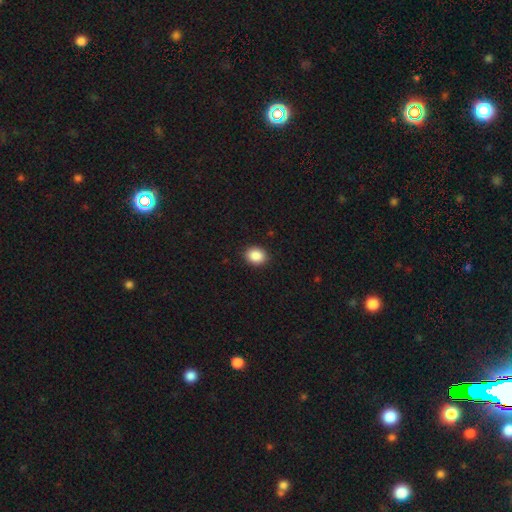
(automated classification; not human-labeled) A smooth galaxy with no disk features (89%) that is round (51%). Merging: none (91%).